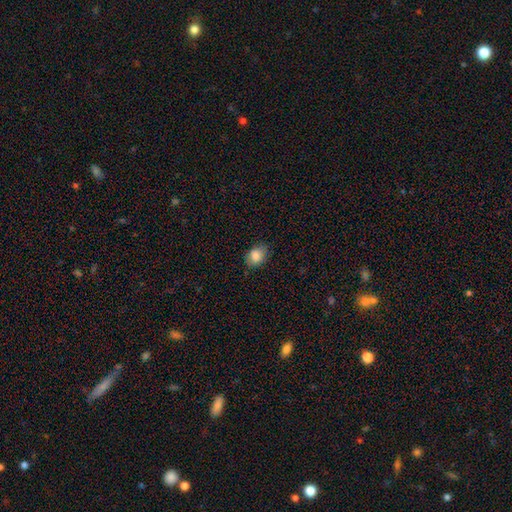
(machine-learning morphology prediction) Smooth or featured? Predicted: smooth (p=0.85). How rounded? Predicted: in between (p=0.69). Merging? Predicted: none (p=0.82).